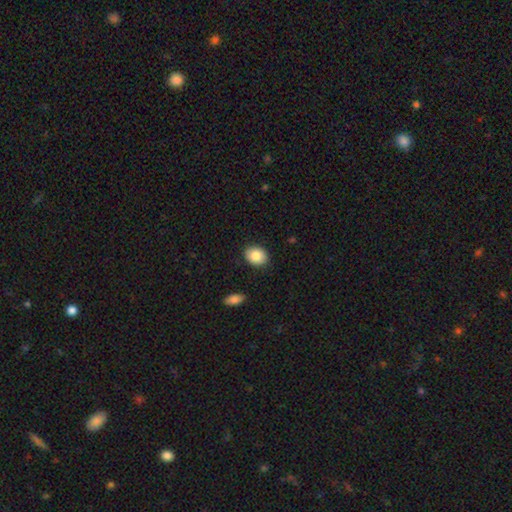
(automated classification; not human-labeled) Smooth or featured? smooth (85%)
How rounded? in between (62%)
Merging? none (88%)